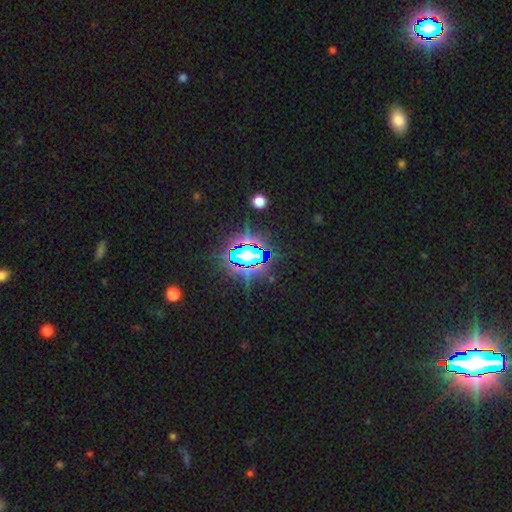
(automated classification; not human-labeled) This appears to be a star or artifact, not a galaxy (74%).